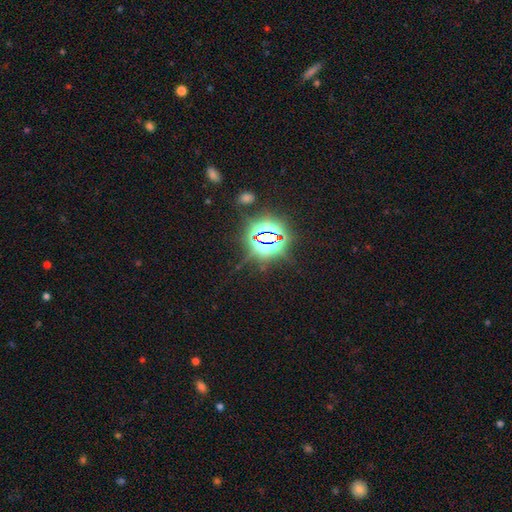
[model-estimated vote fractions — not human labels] Smooth or featured? star or artifact (82%)